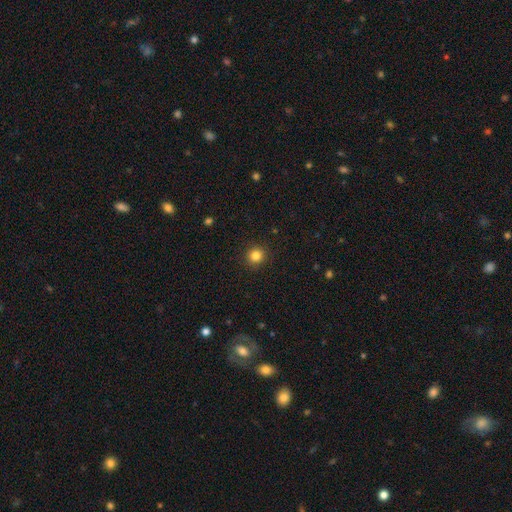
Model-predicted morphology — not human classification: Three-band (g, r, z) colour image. It shows a smooth galaxy with no disk features (84%) that is round (93%). Merging: none (92%).